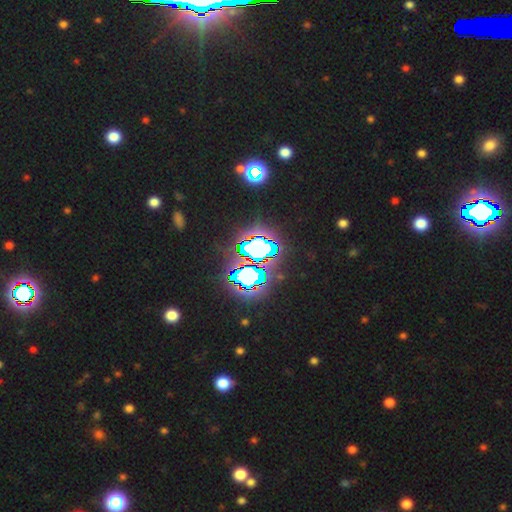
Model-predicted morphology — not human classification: Smooth or featured? star or artifact (83%)